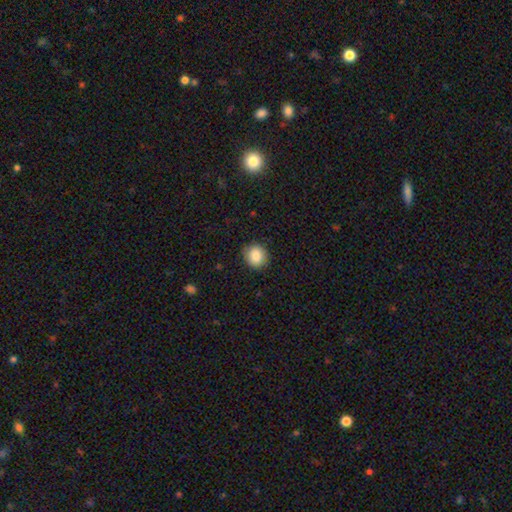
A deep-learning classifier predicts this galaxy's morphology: Smooth or featured: smooth — 86% (star or artifact — 9%)
How rounded: round — 83% (in between — 16%)
Merging: none — 87% (minor disturbance — 9%)